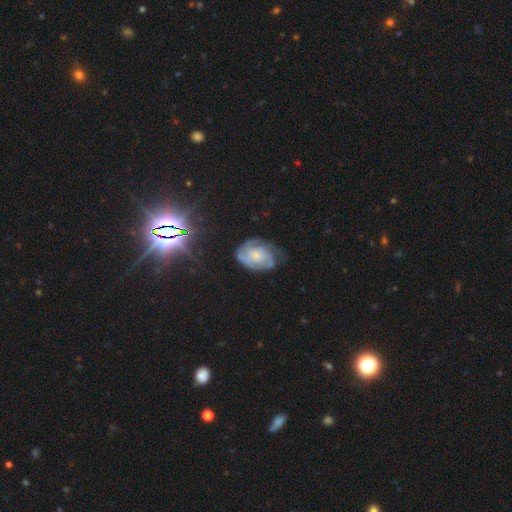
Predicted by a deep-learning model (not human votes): The model was most divided on "spiral arm count": can't tell: 37%, 2: 33%, 3: 16%, 1: 6%, 4: 4%, more than 4: 3%. More confident: edge-on disk — no (97%); spiral arms — yes (88%); bar — no (76%); smooth or featured — featured or disk (67%); bulge size — small (58%); merging — none (57%); spiral winding — tight (56%).